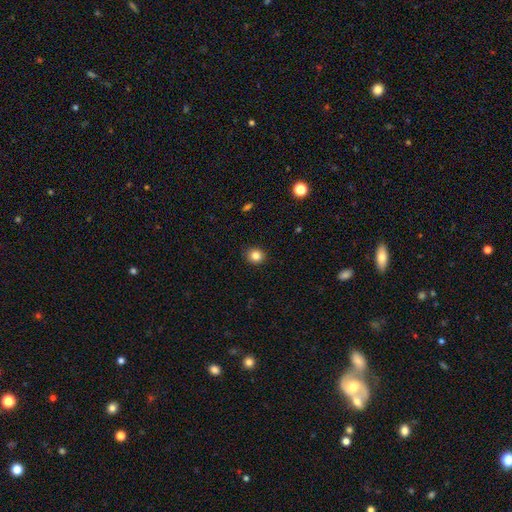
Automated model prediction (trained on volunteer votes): Smooth or featured?
  - smooth: 83% *
  - star or artifact: 11%
  - featured or disk: 6%
How rounded?
  - round: 82% *
  - in between: 17%
  - cigar-shaped: 1%
Merging?
  - none: 90% *
  - minor disturbance: 7%
  - major disturbance: 2%
  - merger: 1%